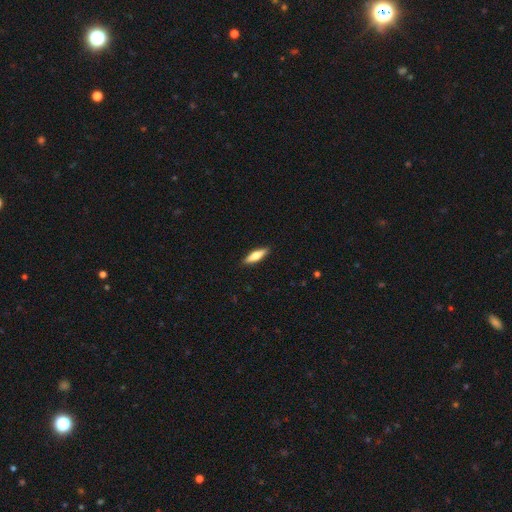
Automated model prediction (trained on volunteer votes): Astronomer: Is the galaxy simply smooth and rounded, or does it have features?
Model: smooth — 66%.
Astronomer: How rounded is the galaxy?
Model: cigar-shaped — 62%.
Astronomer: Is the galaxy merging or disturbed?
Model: none — 89%.